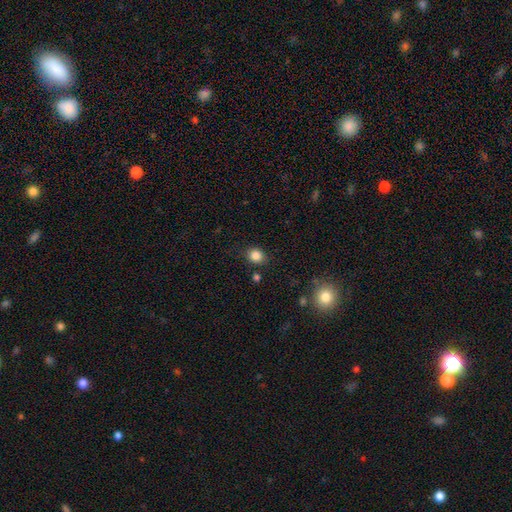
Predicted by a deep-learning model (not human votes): A smooth galaxy with no disk features (84%) that is round (65%).

Vote fractions:
- Smooth or featured? smooth: 84% / star or artifact: 11% / featured or disk: 5%
- How rounded? round: 65% / in between: 34% / cigar-shaped: 1%
- Merging? none: 84% / minor disturbance: 10% / major disturbance: 3% / merger: 3%